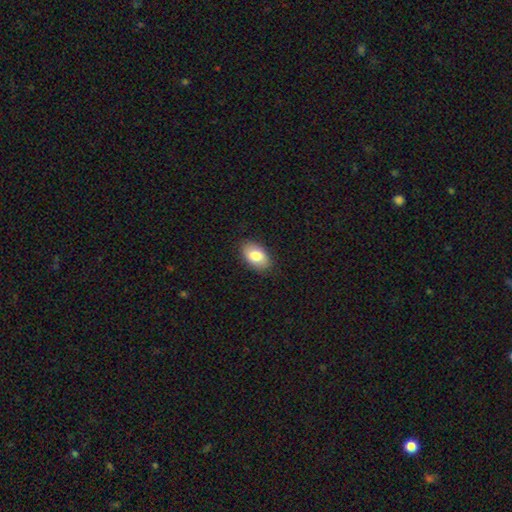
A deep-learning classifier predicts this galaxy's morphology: This appears to be a smooth galaxy with no disk features (81%) that is in between round and cigar-shaped (92%). Merging: none (87%).